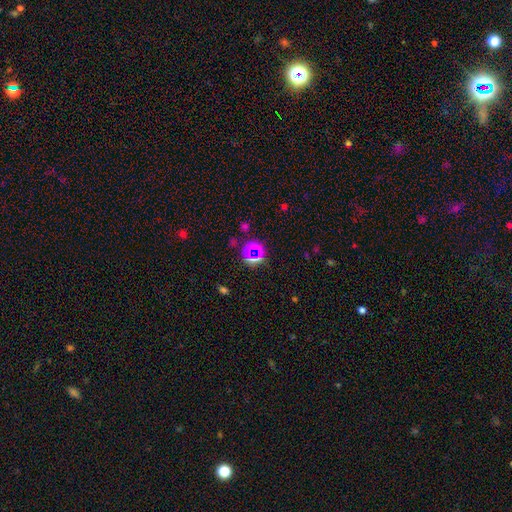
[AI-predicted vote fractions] Smooth or featured?
  - star or artifact: 63% *
  - smooth: 27%
  - featured or disk: 10%